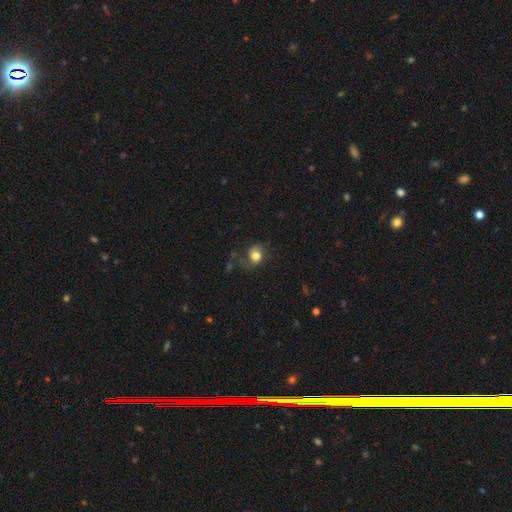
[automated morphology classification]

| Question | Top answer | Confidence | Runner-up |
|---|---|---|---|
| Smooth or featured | smooth | 76% | featured or disk (15%) |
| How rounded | round | 55% | in between (44%) |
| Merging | none | 55% | minor disturbance (26%) |